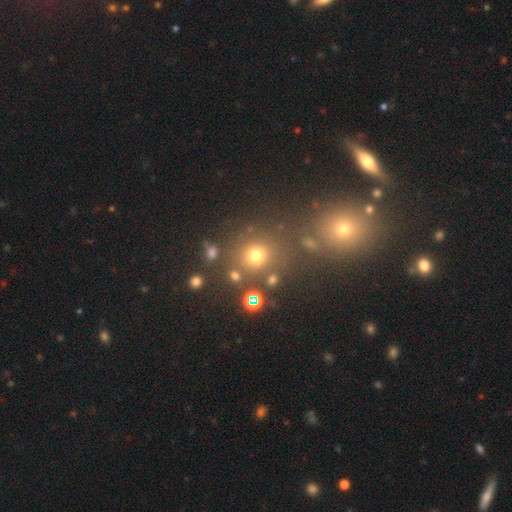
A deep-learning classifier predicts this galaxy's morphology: smooth-or-featured: smooth: 67% | star or artifact: 24% | featured or disk: 9%
  how-rounded: round: 83% | in between: 16% | cigar-shaped: 1%
  merging: none: 71% | minor disturbance: 12% | merger: 12% | major disturbance: 6%